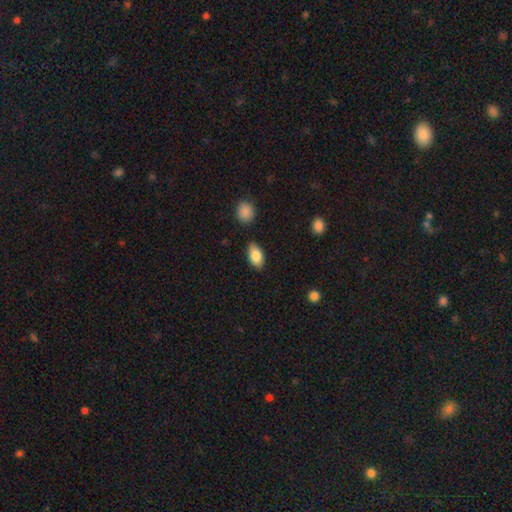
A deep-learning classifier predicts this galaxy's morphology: This appears to be a smooth galaxy with no disk features (84%) that is in between round and cigar-shaped (91%). Merging: none (81%).